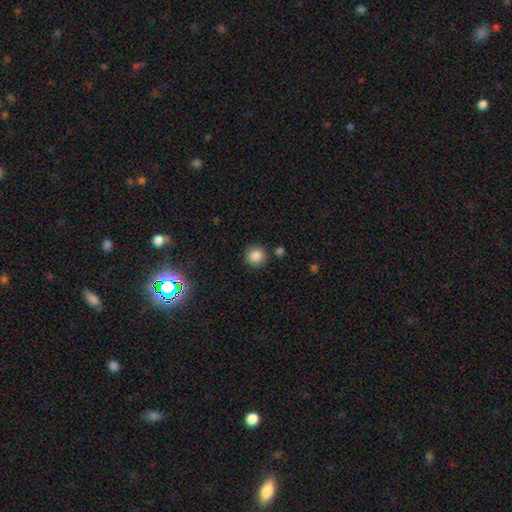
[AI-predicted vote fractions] A smooth galaxy with no disk features (86%) that is round (92%). Merging: none (87%).